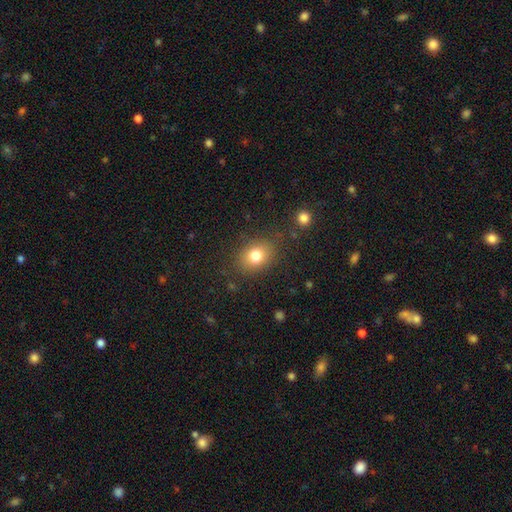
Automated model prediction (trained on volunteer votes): Smooth or featured?
  - smooth: 79% *
  - star or artifact: 12%
  - featured or disk: 9%
How rounded?
  - in between: 57% *
  - round: 42%
  - cigar-shaped: 1%
Merging?
  - none: 82% *
  - minor disturbance: 11%
  - major disturbance: 4%
  - merger: 2%